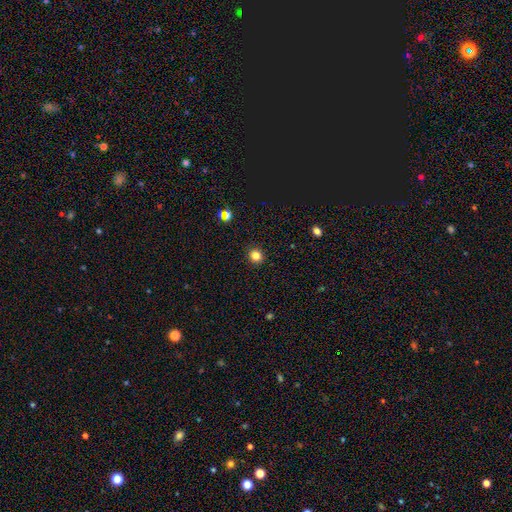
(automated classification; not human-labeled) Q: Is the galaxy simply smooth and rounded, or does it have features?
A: smooth — 82%.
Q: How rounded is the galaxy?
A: round — 87%.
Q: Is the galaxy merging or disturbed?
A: none — 92%.